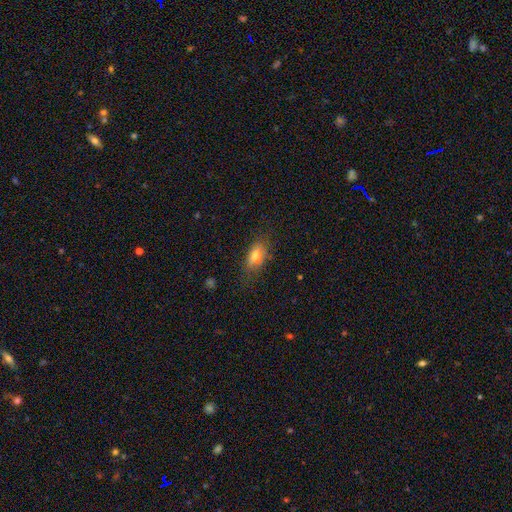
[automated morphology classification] Q: Smooth or featured?
A: smooth (73%); runner-up: featured or disk (17%)
Q: How rounded?
A: in between (84%); runner-up: cigar-shaped (9%)
Q: Merging?
A: none (70%); runner-up: minor disturbance (21%)